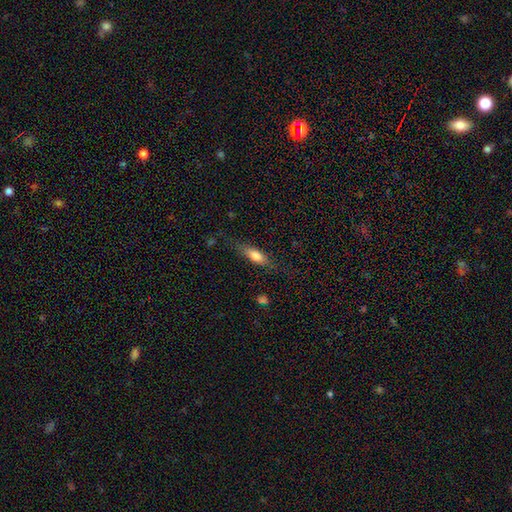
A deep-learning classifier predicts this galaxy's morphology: Smooth or featured?
  - smooth: 70% *
  - featured or disk: 23%
  - star or artifact: 7%
How rounded?
  - in between: 53% *
  - cigar-shaped: 44%
  - round: 3%
Merging?
  - none: 71% *
  - minor disturbance: 20%
  - major disturbance: 7%
  - merger: 2%